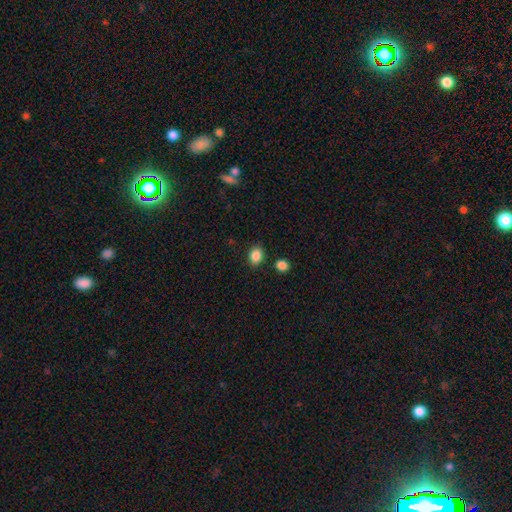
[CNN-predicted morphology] Overall: smooth (87%). How rounded: in between (60%; round 39%). Merging: none (85%).